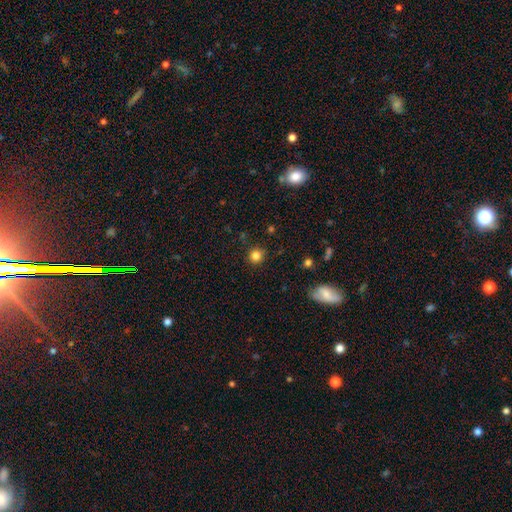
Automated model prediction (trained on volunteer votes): Smooth or featured?
  - smooth: 83% *
  - star or artifact: 13%
  - featured or disk: 4%
How rounded?
  - round: 93% *
  - in between: 6%
  - cigar-shaped: 1%
Merging?
  - none: 89% *
  - minor disturbance: 7%
  - major disturbance: 2%
  - merger: 1%